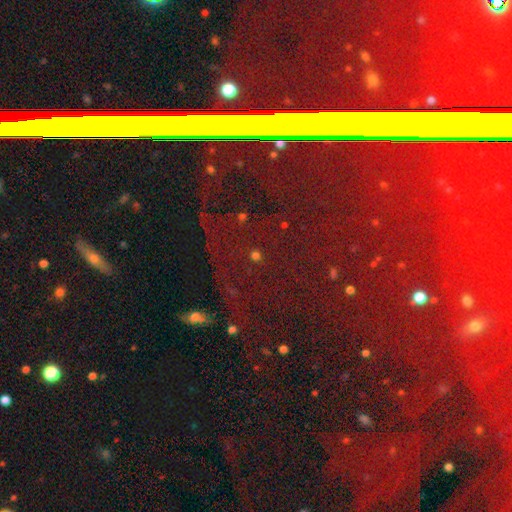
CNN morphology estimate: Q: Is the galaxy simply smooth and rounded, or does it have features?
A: star or artifact — 62%.